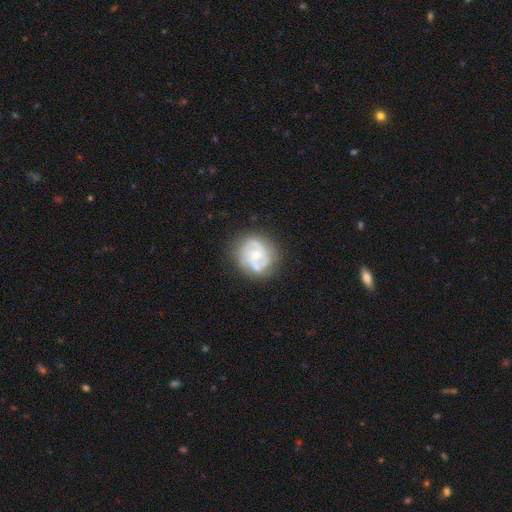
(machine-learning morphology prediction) A featured or disk galaxy (69%) with no bar (71%), spiral arms (63%) and a moderate central bulge (57%).

Vote fractions:
- Smooth or featured? featured or disk: 69% / smooth: 25% / star or artifact: 6%
- Edge-on disk? no: 97% / yes: 3%
- Bar? no: 71% / weak: 22% / strong: 6%
- Spiral arms? yes: 63% / no: 37%
- Bulge size? moderate: 57% / small: 38% / large: 3% / none: 2% / dominant: 1%
- Merging? none: 61% / minor disturbance: 21% / merger: 9% / major disturbance: 9%